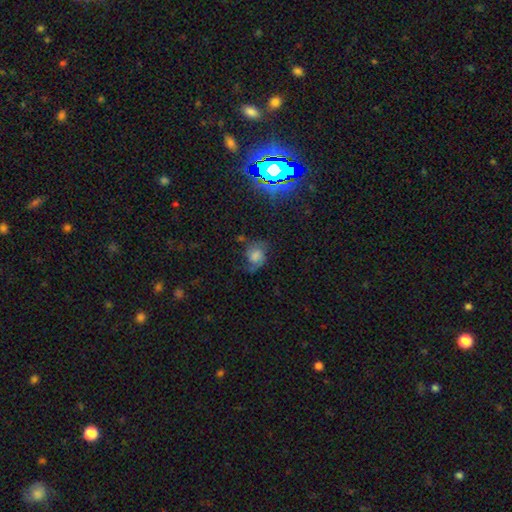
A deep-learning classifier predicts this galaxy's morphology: Overall: smooth (50%; featured or disk 33%). Merging: none (42%; minor disturbance 28%).